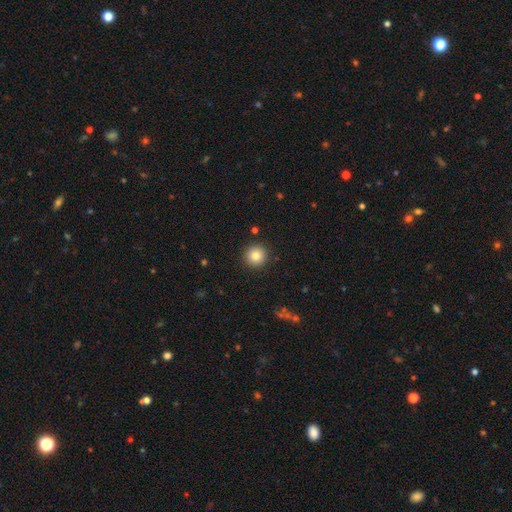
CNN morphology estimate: The model was most divided on "smooth or featured": smooth: 83%, star or artifact: 10%, featured or disk: 6%. More confident: how rounded — round (95%); merging — none (91%).